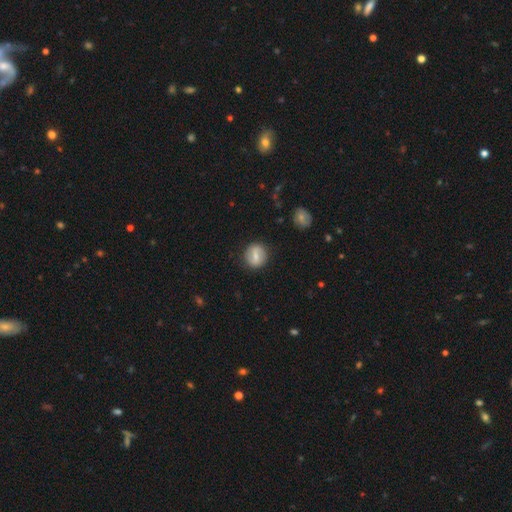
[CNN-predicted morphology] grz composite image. It shows a smooth galaxy with no disk features (54%) that is round (78%). Merging: none (85%).